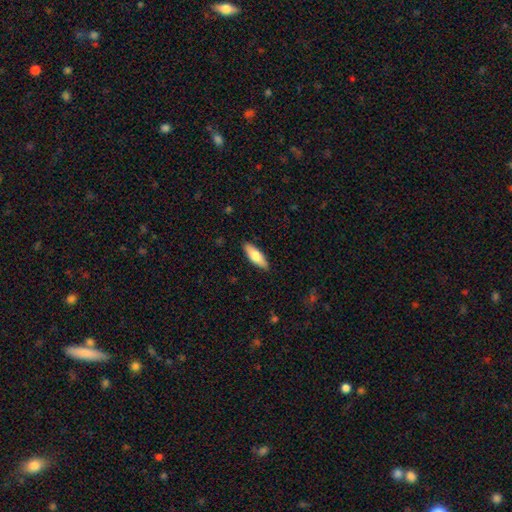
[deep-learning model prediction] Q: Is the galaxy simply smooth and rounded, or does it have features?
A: smooth — 71%.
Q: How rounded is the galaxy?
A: in between — 60%.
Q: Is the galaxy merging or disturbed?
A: none — 89%.